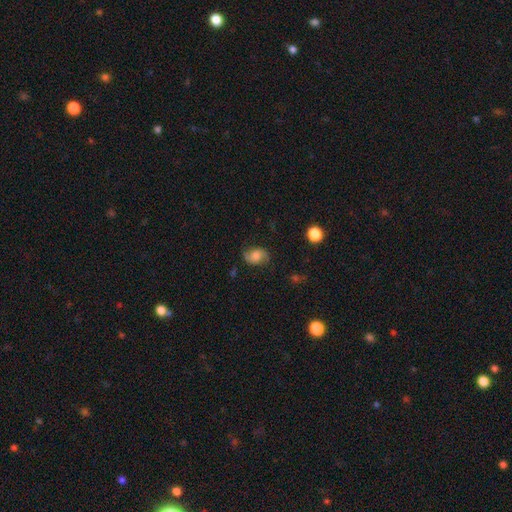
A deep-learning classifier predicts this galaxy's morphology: featured or disk 53%, smooth 37%, star or artifact 10%. Down the decision tree: edge-on disk — no (97%); bar — no (64%); spiral arms — yes (90%); bulge size — moderate (38%); merging — none (72%).